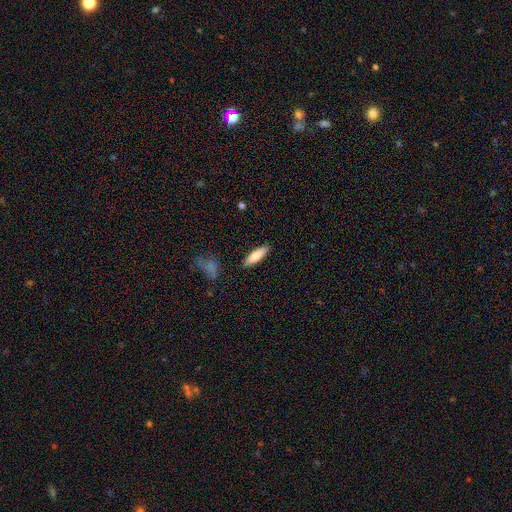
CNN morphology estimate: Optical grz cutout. It shows a smooth galaxy with no disk features (80%) that is cigar-shaped (59%). Merging: none (87%).